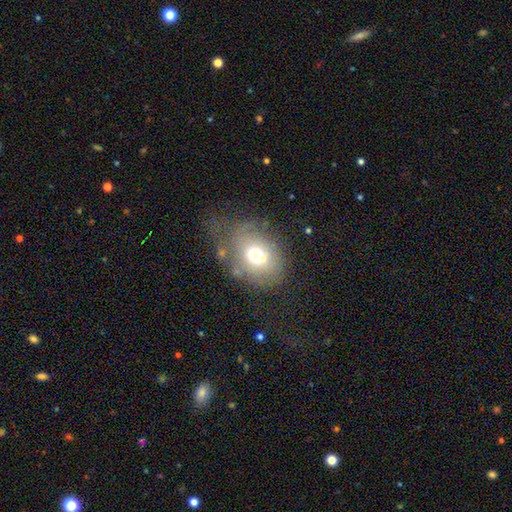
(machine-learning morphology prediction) smooth-or-featured: smooth: 62% | featured or disk: 25% | star or artifact: 13%
  how-rounded: in between: 58% | round: 41% | cigar-shaped: 1%
  merging: none: 43% | minor disturbance: 22% | major disturbance: 20% | merger: 14%